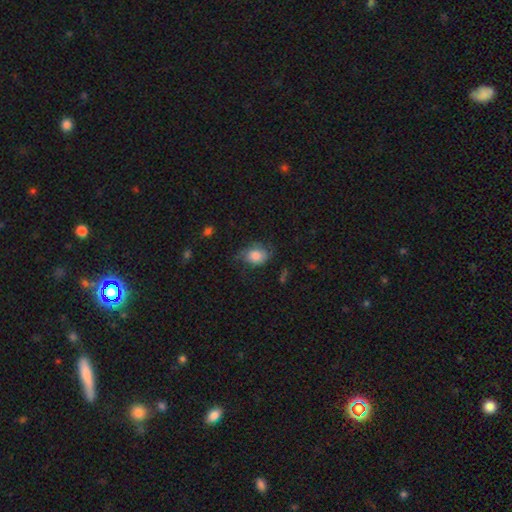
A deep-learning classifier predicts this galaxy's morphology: Q: Smooth or featured?
A: smooth (71%); runner-up: featured or disk (21%)
Q: How rounded?
A: in between (59%); runner-up: round (40%)
Q: Merging?
A: none (52%); runner-up: minor disturbance (30%)